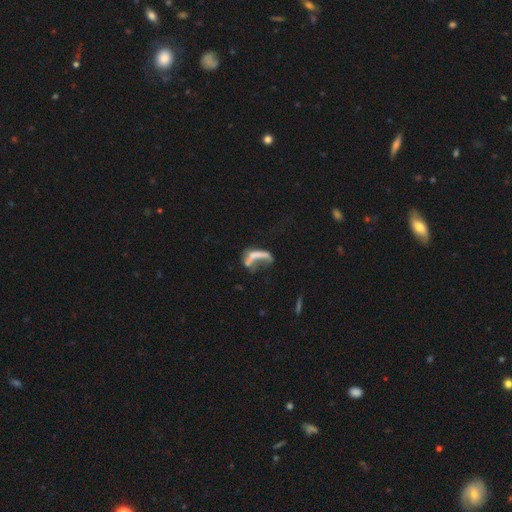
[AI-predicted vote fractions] Smooth or featured?
  - featured or disk: 50% *
  - smooth: 37%
  - star or artifact: 13%
Merging?
  - major disturbance: 45% *
  - merger: 22%
  - none: 21%
  - minor disturbance: 12%